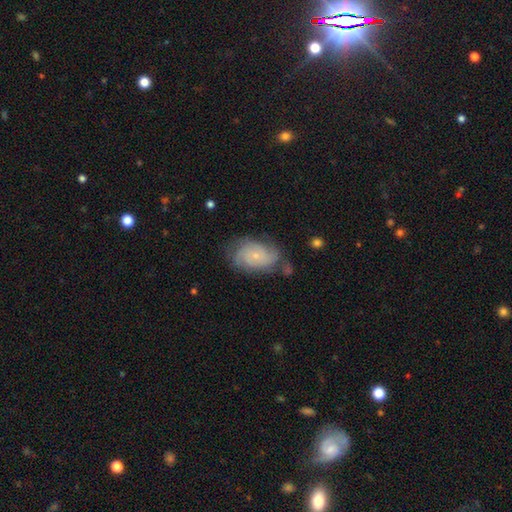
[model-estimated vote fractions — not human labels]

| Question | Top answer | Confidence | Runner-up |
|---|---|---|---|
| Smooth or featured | featured or disk | 71% | smooth (21%) |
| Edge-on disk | no | 97% | yes (3%) |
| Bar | no | 75% | weak (21%) |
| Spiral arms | yes | 91% | no (9%) |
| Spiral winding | tight | 55% | medium (34%) |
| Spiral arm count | can't tell | 31% | 2 (29%) |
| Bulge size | small | 78% | moderate (16%) |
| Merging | none | 62% | minor disturbance (25%) |